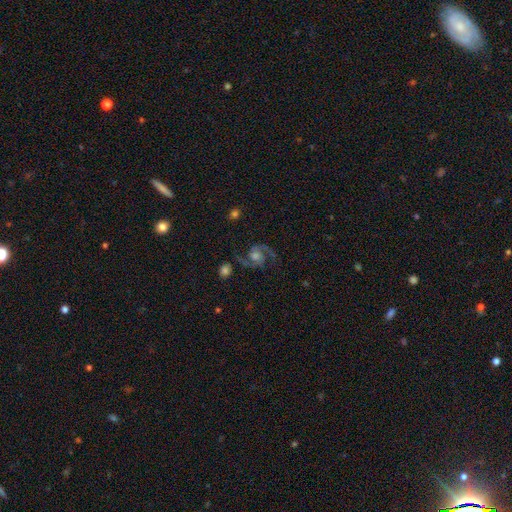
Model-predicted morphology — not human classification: This appears to be a featured or disk galaxy (91%) with no bar (60%), 2 (94%) medium (63%) spiral arms (98%) and a moderate central bulge (49%). Merging: none (80%).